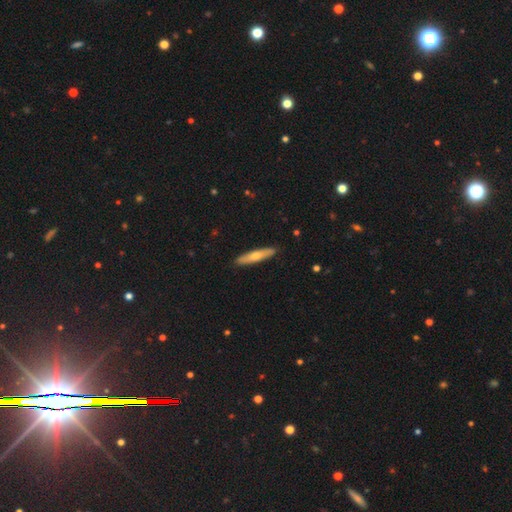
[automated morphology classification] type=smooth (54%); roundness=cigar-shaped (87%); merging=none (91%).